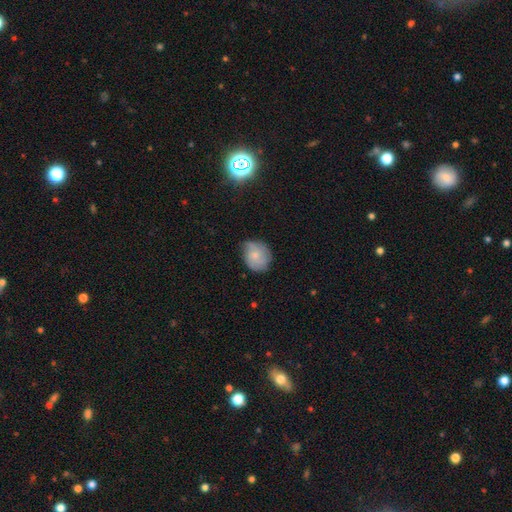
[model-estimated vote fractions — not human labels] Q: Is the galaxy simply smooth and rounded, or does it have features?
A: smooth — 58%.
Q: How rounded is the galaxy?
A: round — 60%.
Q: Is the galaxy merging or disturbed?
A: none — 60%.